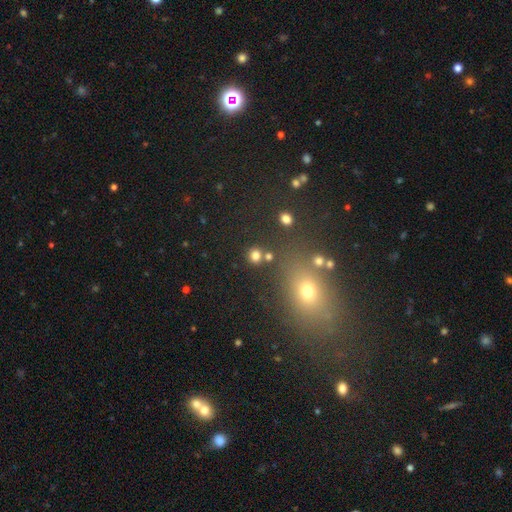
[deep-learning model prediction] Smooth or featured? smooth (78%)
How rounded? round (88%)
Merging? none (81%)